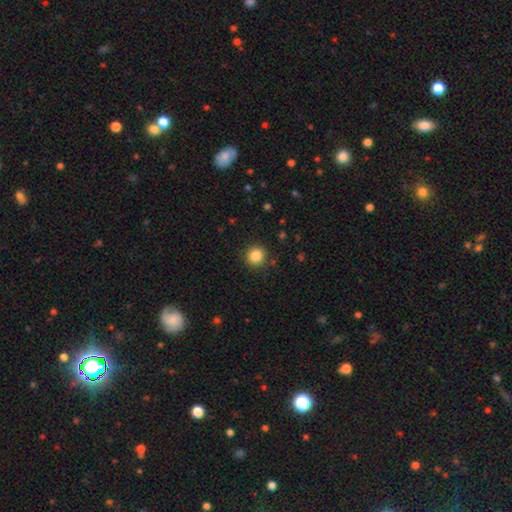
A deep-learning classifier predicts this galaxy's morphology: Smooth or featured? smooth (85%)
How rounded? round (93%)
Merging? none (91%)